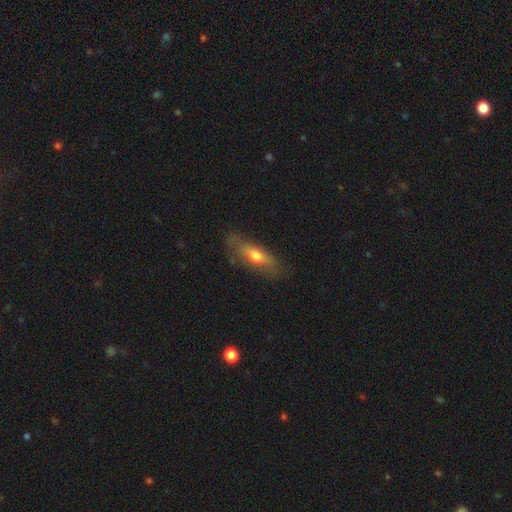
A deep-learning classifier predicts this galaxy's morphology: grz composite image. It shows a smooth galaxy with no disk features (57%) that is in between round and cigar-shaped (54%). Merging: none (73%).